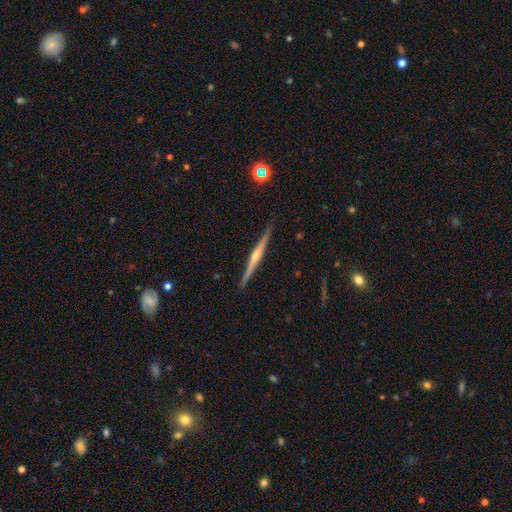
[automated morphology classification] smooth_or_featured: featured or disk (p=0.79) [alt: smooth p=0.15]
disk_edge_on: yes (p=0.98) [alt: no p=0.02]
edge_on_bulge: rounded (p=0.81) [alt: none p=0.13]
merging: none (p=0.90) [alt: minor disturbance p=0.07]